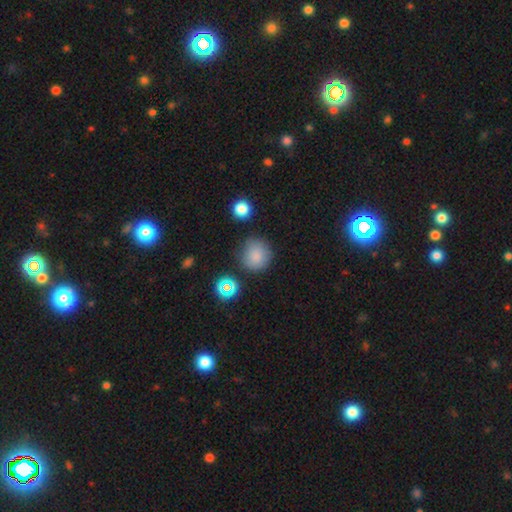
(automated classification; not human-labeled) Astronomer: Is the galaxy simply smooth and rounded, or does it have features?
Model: smooth — 81%.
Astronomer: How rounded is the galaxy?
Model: round — 91%.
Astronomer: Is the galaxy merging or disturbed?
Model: none — 78%.